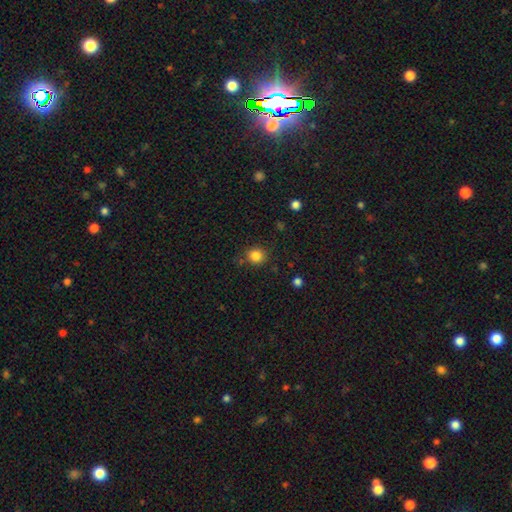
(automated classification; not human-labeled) Smooth or featured? smooth (84%)
How rounded? round (84%)
Merging? none (81%)